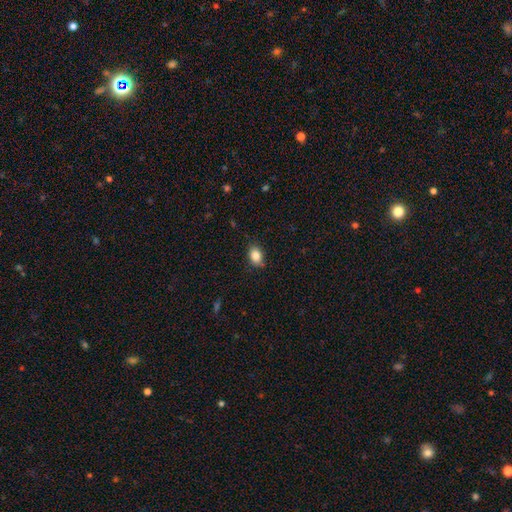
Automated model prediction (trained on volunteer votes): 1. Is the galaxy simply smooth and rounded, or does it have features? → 85% smooth, 9% star or artifact, 6% featured or disk.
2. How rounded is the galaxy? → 82% in between, 17% round, 2% cigar-shaped.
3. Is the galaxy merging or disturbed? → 79% none, 17% minor disturbance, 3% major disturbance, 1% merger.